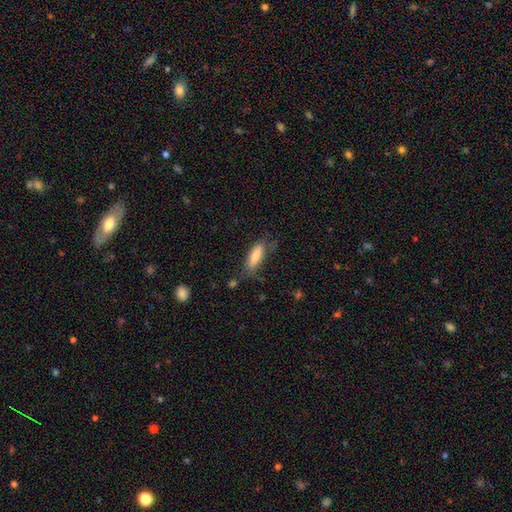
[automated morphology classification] Smooth or featured? Predicted: smooth (p=0.78). How rounded? Predicted: in between (p=0.55). Merging? Predicted: none (p=0.61).